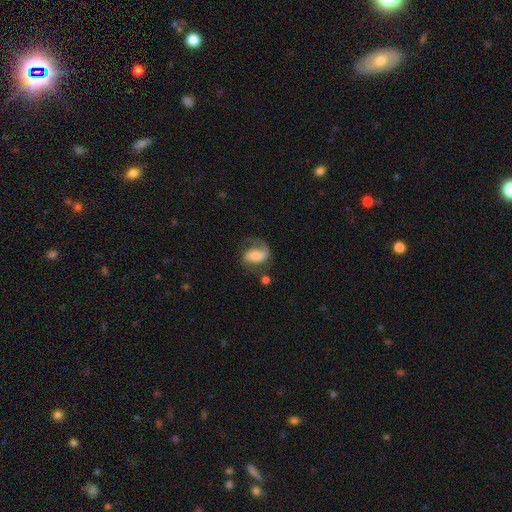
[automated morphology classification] smooth_or_featured: featured or disk (p=0.73) [alt: smooth p=0.20]
disk_edge_on: no (p=0.97) [alt: yes p=0.03]
bar: weak (p=0.37) [alt: no p=0.32]
has_spiral_arms: yes (p=0.92) [alt: no p=0.08]
spiral_winding: medium (p=0.44) [alt: loose p=0.40]
spiral_arm_count: 2 (p=0.64) [alt: 1 p=0.30]
bulge_size: moderate (p=0.33) [tied with: small p=0.33]
merging: none (p=0.53) [alt: major disturbance p=0.22]